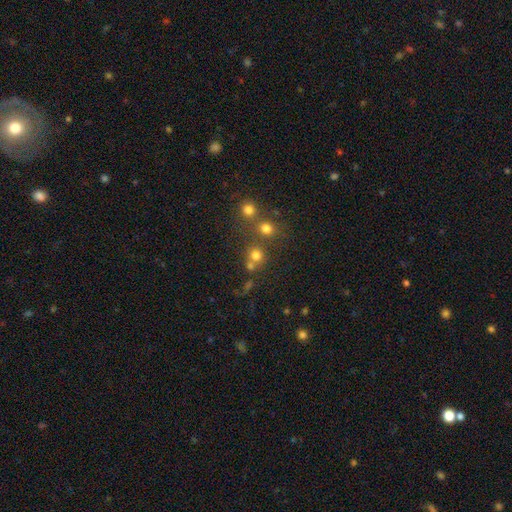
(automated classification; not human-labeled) smooth_or_featured: smooth (p=0.72) [alt: star or artifact p=0.19]
how_rounded: round (p=0.88) [alt: in between p=0.11]
merging: none (p=0.60) [alt: merger p=0.28]